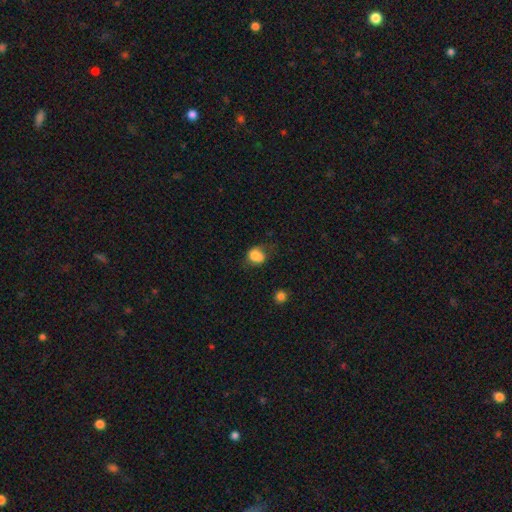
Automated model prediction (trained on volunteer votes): Q: Smooth or featured?
A: smooth (77%); runner-up: featured or disk (12%)
Q: How rounded?
A: round (50%); runner-up: in between (49%)
Q: Merging?
A: none (39%); runner-up: minor disturbance (27%)